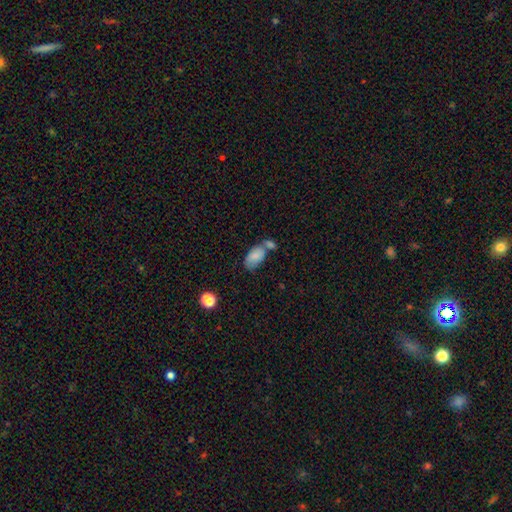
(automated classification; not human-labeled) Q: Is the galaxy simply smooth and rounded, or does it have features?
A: smooth — 79%.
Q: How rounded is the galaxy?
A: in between — 94%.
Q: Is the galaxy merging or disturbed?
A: merger — 43%.